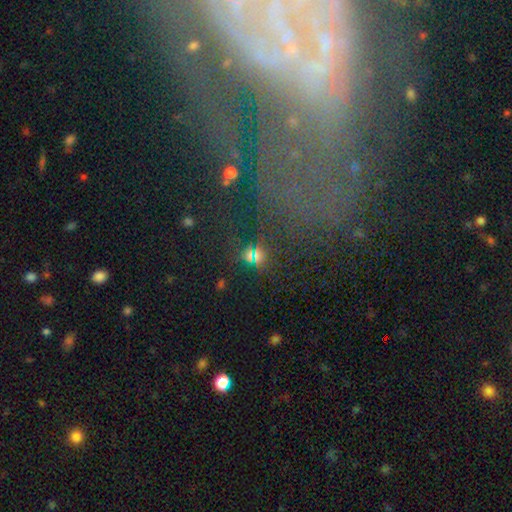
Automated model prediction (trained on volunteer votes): Smooth or featured? star or artifact (50%)